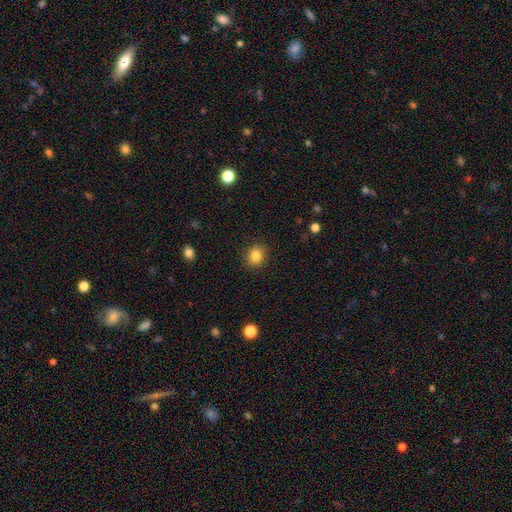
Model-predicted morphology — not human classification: Smooth or featured: smooth — 85% (star or artifact — 10%)
How rounded: round — 69% (in between — 30%)
Merging: none — 90% (minor disturbance — 7%)